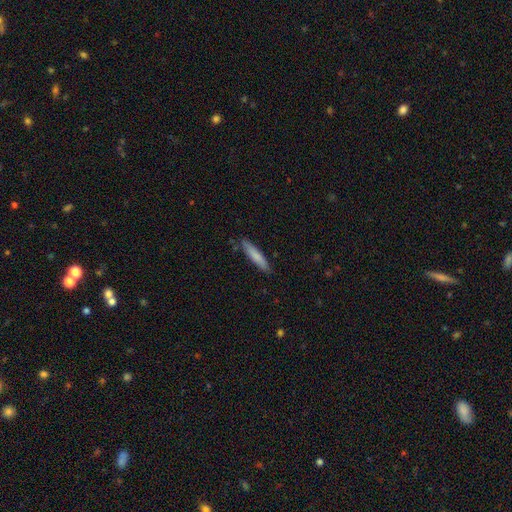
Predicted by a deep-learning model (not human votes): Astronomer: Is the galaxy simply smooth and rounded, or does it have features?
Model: smooth — 79%.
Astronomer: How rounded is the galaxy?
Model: cigar-shaped — 88%.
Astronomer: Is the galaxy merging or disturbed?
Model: none — 84%.